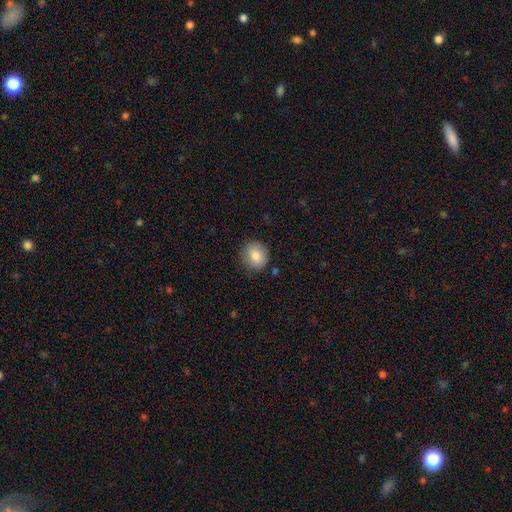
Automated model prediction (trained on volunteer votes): Smooth or featured: smooth — 84% (star or artifact — 8%)
How rounded: round — 82% (in between — 17%)
Merging: none — 85% (minor disturbance — 11%)